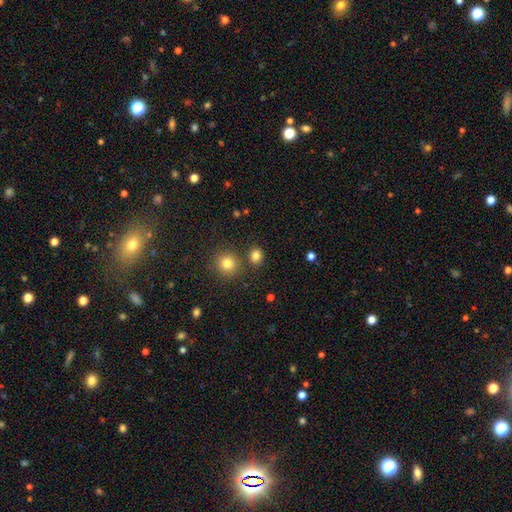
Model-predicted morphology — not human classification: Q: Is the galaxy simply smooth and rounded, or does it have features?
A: smooth — 82%.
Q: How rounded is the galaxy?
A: round — 71%.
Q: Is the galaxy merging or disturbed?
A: none — 79%.